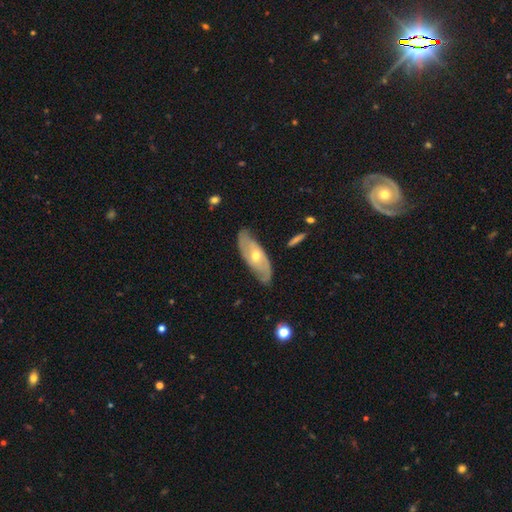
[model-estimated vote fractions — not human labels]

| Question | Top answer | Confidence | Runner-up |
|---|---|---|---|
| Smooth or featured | featured or disk | 68% | smooth (26%) |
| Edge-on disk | no | 81% | yes (19%) |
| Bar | no | 61% | weak (29%) |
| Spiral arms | yes | 73% | no (27%) |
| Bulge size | moderate | 58% | small (38%) |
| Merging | none | 79% | minor disturbance (16%) |